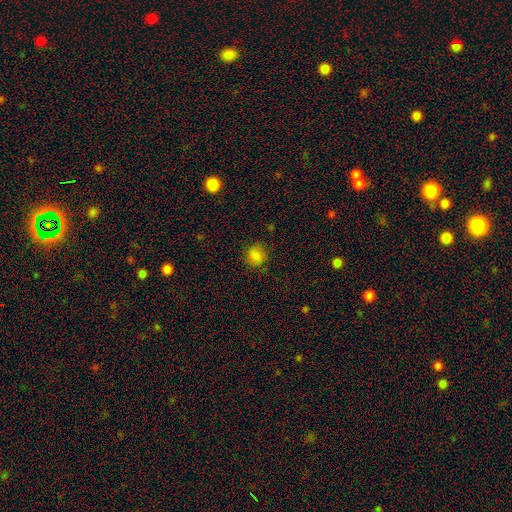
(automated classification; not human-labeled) Q: Smooth or featured?
A: smooth (83%); runner-up: star or artifact (13%)
Q: How rounded?
A: round (77%); runner-up: in between (22%)
Q: Merging?
A: none (83%); runner-up: minor disturbance (12%)